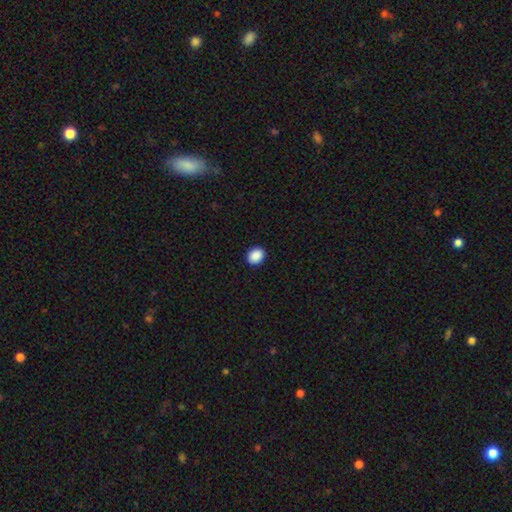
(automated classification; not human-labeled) This appears to be a smooth galaxy with no disk features (90%) that is round (58%). Merging: none (92%).